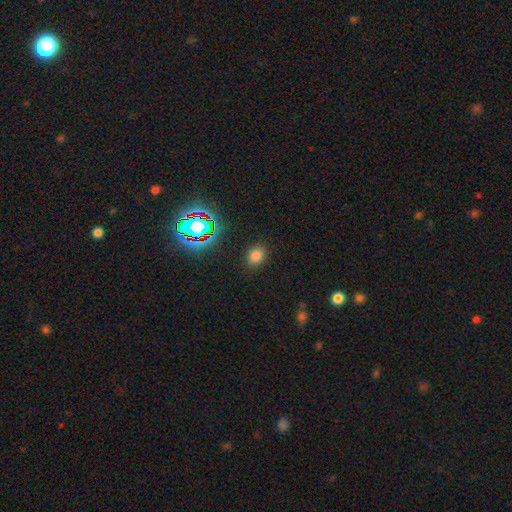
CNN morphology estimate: Smooth or featured? smooth (73%)
How rounded? round (50%)
Merging? none (86%)